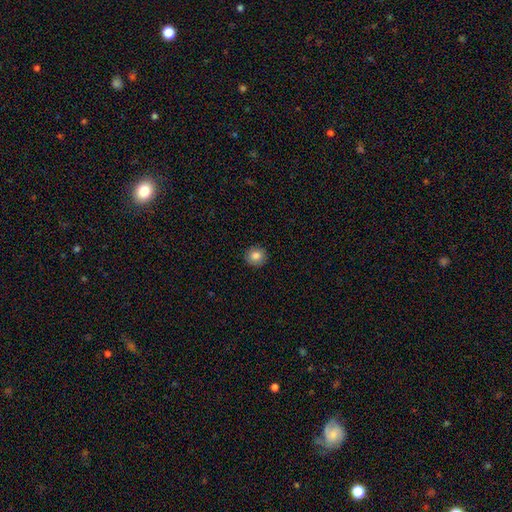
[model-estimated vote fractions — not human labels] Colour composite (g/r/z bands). It shows a smooth galaxy with no disk features (83%) that is round (92%). Merging: none (92%).